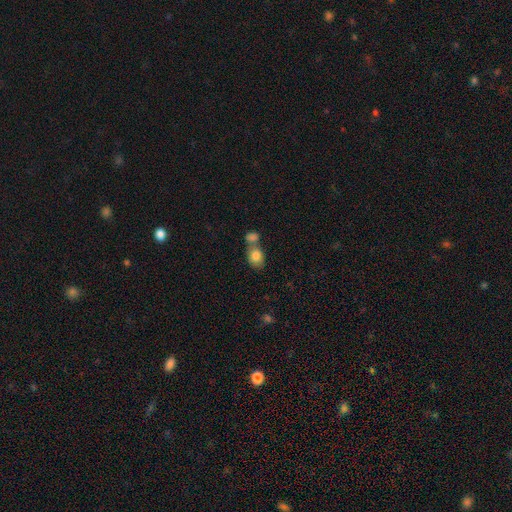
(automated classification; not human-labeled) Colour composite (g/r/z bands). It shows a smooth galaxy with no disk features (83%) that is in between round and cigar-shaped (60%). Merging: merger (49%).